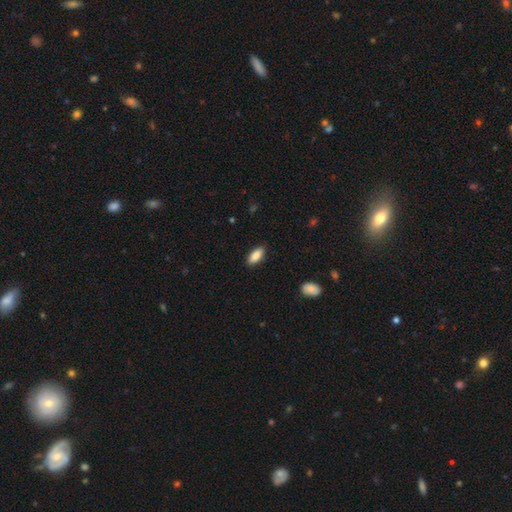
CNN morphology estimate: Overall: smooth (87%). How rounded: in between (83%). Merging: none (86%).